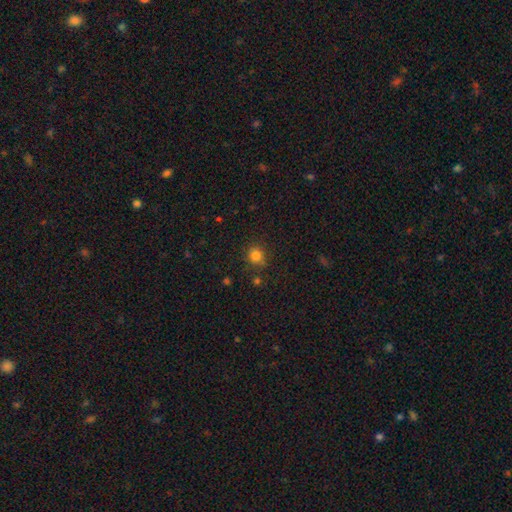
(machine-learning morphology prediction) This is clearly a smooth galaxy (82%). How rounded: clearly round (87%). Merging: clearly none (83%).